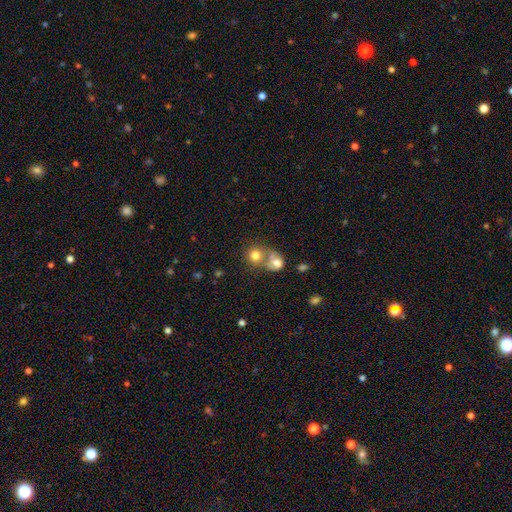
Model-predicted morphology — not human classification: smooth 76%, featured or disk 13%, star or artifact 12%. Down the decision tree: how rounded — round (82%); merging — merger (50%).